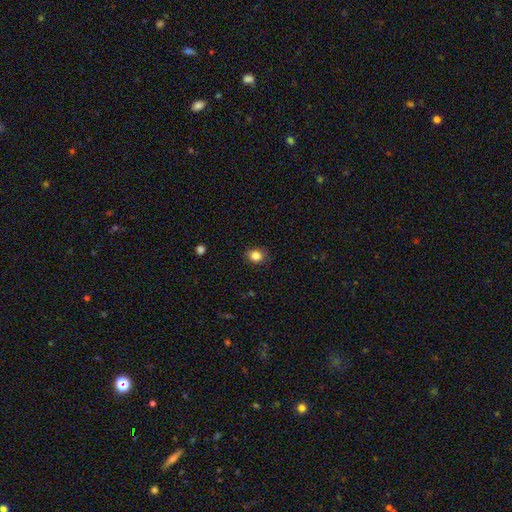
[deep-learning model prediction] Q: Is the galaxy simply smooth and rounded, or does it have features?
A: smooth — 84%.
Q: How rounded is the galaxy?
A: round — 70%.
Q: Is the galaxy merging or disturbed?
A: none — 86%.